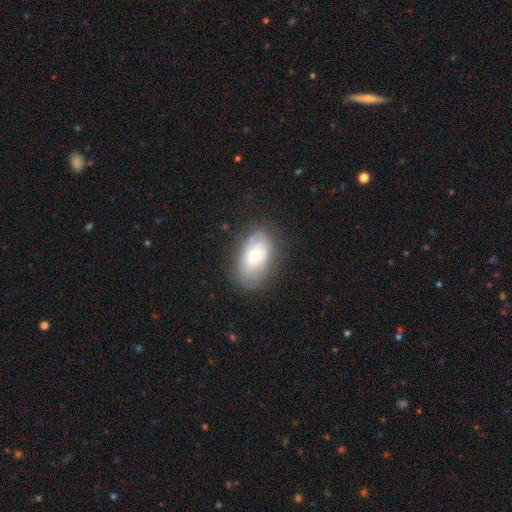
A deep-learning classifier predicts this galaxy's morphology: Smooth or featured?
  - smooth: 48% *
  - featured or disk: 44%
  - star or artifact: 8%
Merging?
  - none: 70% *
  - minor disturbance: 21%
  - major disturbance: 8%
  - merger: 1%